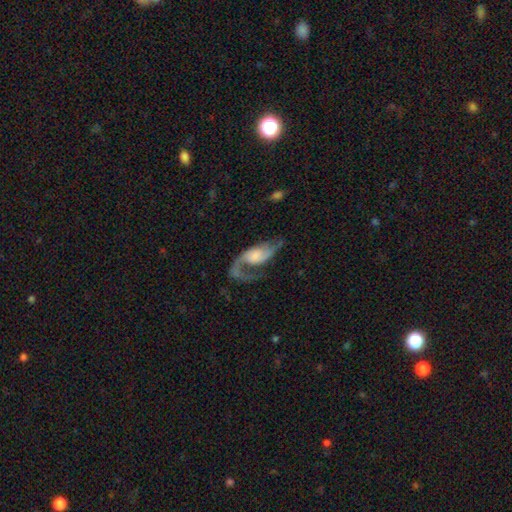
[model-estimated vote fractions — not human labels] Smooth or featured? Predicted: featured or disk (p=0.82). Edge-on disk? Predicted: no (p=0.95). Bar? Predicted: no (p=0.58). Spiral arms? Predicted: yes (p=0.94). Spiral winding? Predicted: loose (p=0.61). Spiral arm count? Predicted: 2 (p=0.79). Bulge size? Predicted: small (p=0.26). Merging? Predicted: none (p=0.47).